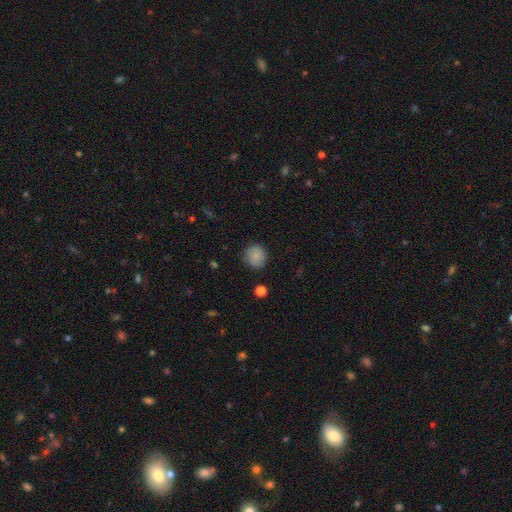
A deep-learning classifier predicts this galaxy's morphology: The model was most divided on "merging": none: 86%, minor disturbance: 10%, major disturbance: 3%, merger: 1%. More confident: how rounded — round (89%); smooth or featured — smooth (86%).